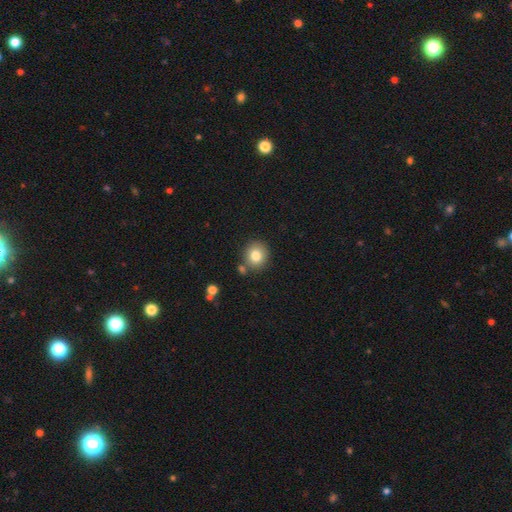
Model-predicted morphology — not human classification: smooth_or_featured: smooth (p=0.80) [alt: star or artifact p=0.10]
how_rounded: round (p=0.82) [alt: in between p=0.18]
merging: none (p=0.79) [alt: minor disturbance p=0.10]